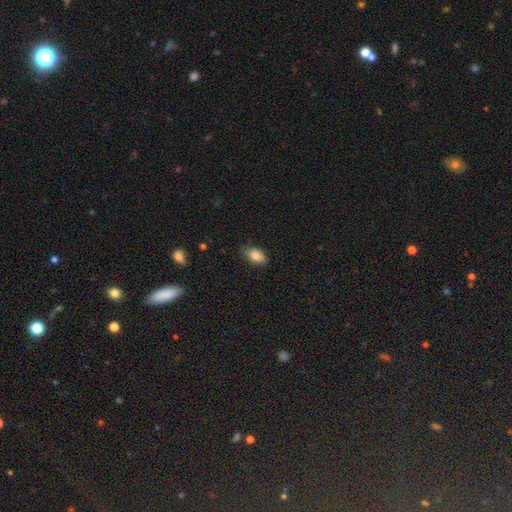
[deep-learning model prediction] A smooth galaxy with no disk features (84%) that is in between round and cigar-shaped (91%). Merging: none (76%).